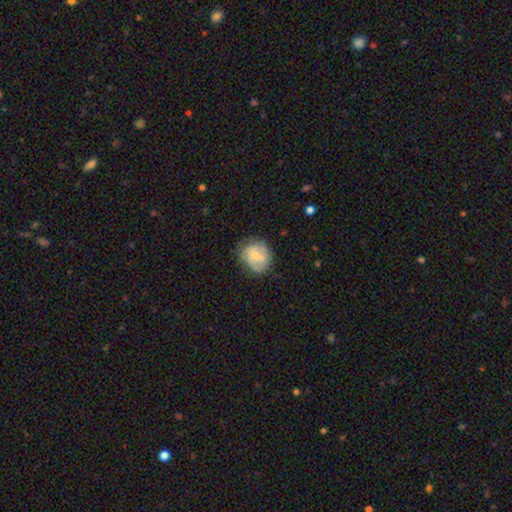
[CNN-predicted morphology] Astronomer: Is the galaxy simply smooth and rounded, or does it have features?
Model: featured or disk — 53% (runner-up: smooth, 40%).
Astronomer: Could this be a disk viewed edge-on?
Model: no — 98%.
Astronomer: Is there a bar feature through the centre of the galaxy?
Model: no — 72%.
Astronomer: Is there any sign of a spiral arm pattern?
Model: yes — 75%.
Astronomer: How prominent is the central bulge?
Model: small — 58% (runner-up: moderate, 33%).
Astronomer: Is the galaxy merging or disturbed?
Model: none — 62%.